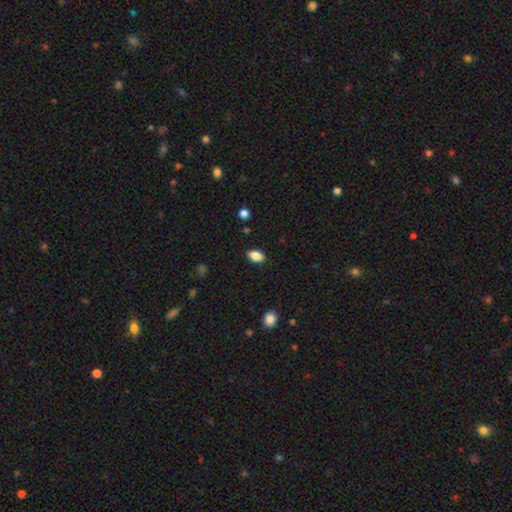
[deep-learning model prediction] This appears to be a smooth galaxy with no disk features (86%) that is in between round and cigar-shaped (90%). Merging: none (88%).